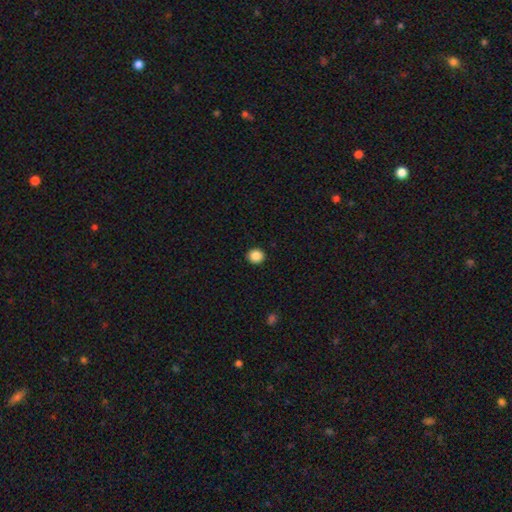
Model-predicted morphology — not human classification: Q: Smooth or featured?
A: smooth (87%); runner-up: star or artifact (10%)
Q: How rounded?
A: round (88%); runner-up: in between (11%)
Q: Merging?
A: none (92%); runner-up: minor disturbance (5%)